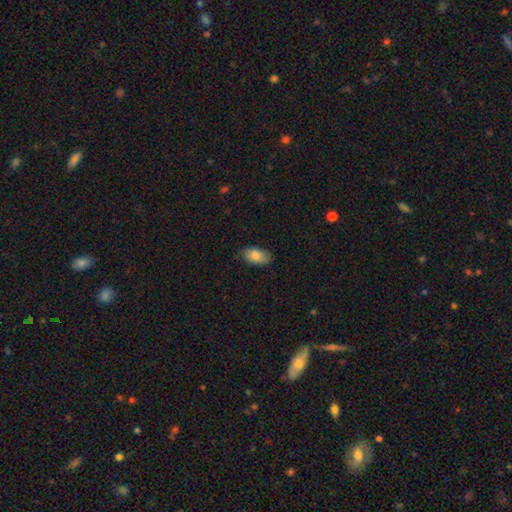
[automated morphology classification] Overall: smooth (84%). How rounded: in between (94%). Merging: none (81%).